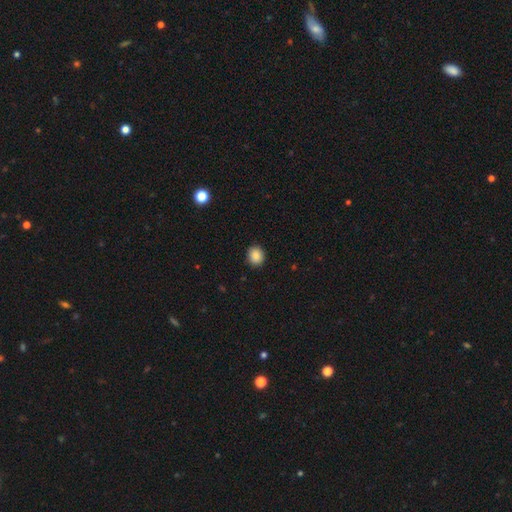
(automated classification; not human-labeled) smooth-or-featured: smooth: 86% | star or artifact: 9% | featured or disk: 5%
  how-rounded: round: 71% | in between: 28% | cigar-shaped: 1%
  merging: none: 91% | minor disturbance: 7% | major disturbance: 2% | merger: 1%